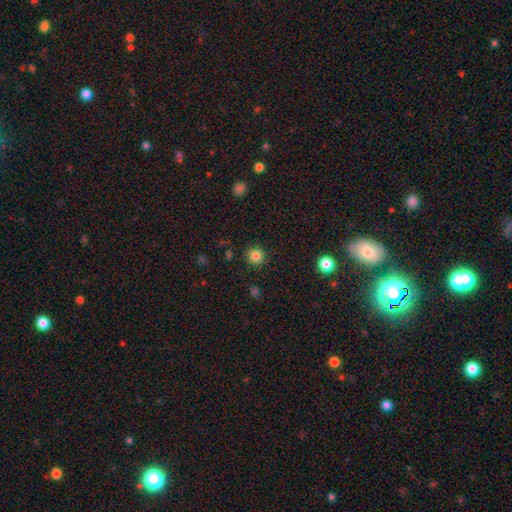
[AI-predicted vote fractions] The model was most divided on "smooth or featured": smooth: 82%, star or artifact: 13%, featured or disk: 5%. More confident: how rounded — round (94%); merging — none (90%).